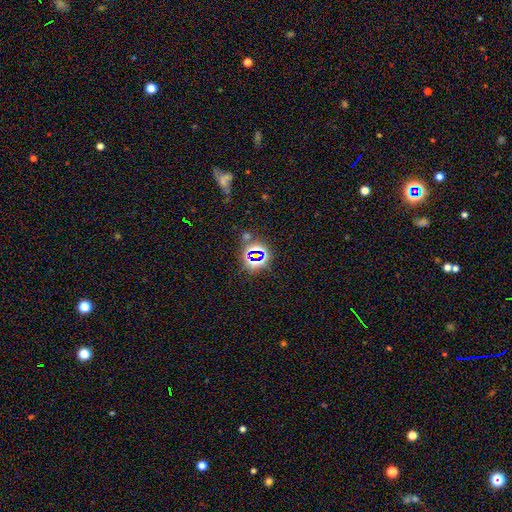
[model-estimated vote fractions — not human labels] Q: Smooth or featured?
A: star or artifact (73%); runner-up: smooth (18%)